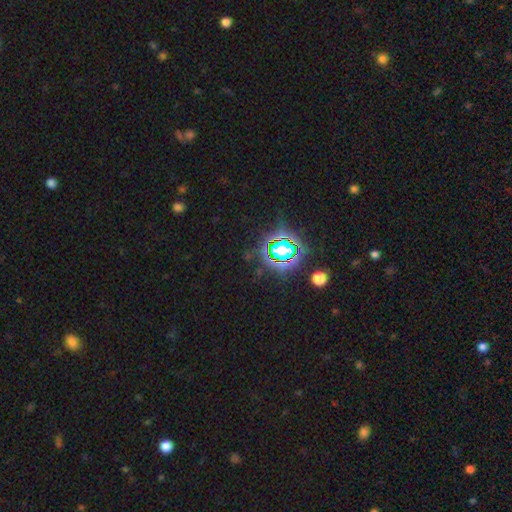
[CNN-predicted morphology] Smooth or featured? Predicted: star or artifact (p=0.79).